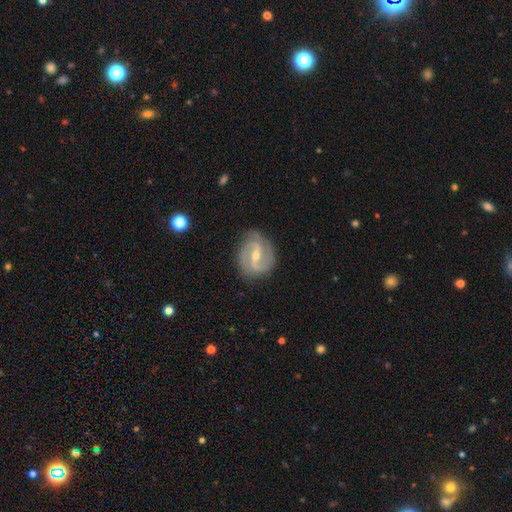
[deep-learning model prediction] featured or disk 86%, smooth 9%, star or artifact 5%. Down the decision tree: edge-on disk — no (97%); bar — weak (47%); spiral arms — yes (96%); spiral arm count — 2 (70%); spiral winding — medium (47%); bulge size — small (52%); merging — none (80%).